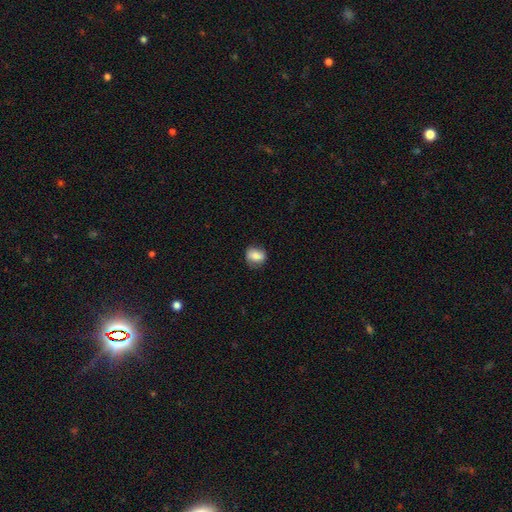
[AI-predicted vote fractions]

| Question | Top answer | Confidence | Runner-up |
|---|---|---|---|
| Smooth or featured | smooth | 77% | featured or disk (14%) |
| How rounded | round | 51% | in between (48%) |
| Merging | none | 75% | minor disturbance (19%) |